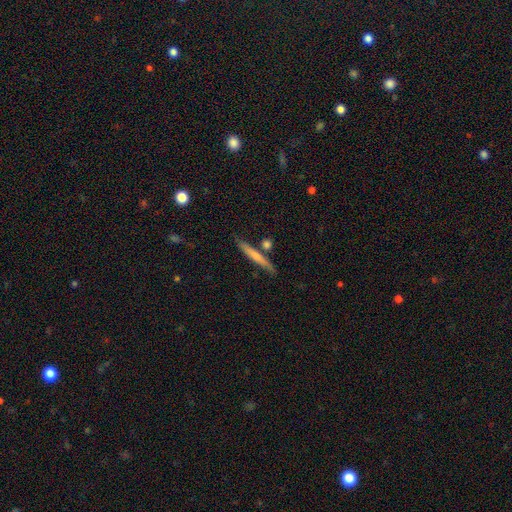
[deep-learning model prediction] Morphology: type=smooth (56%); roundness=cigar-shaped (94%); merging=none (78%).